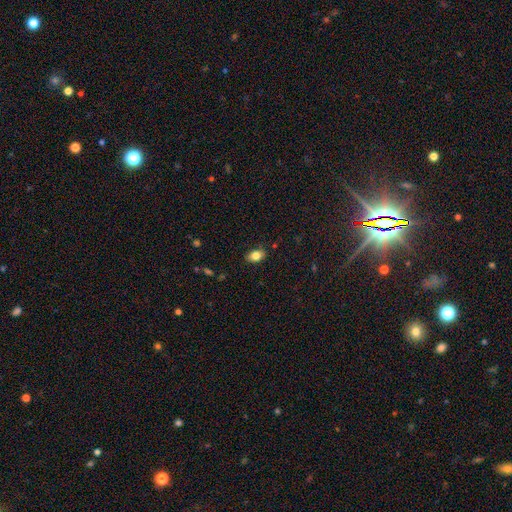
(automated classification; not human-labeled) Q: Smooth or featured?
A: smooth (82%); runner-up: featured or disk (9%)
Q: How rounded?
A: in between (85%); runner-up: round (14%)
Q: Merging?
A: none (85%); runner-up: minor disturbance (11%)